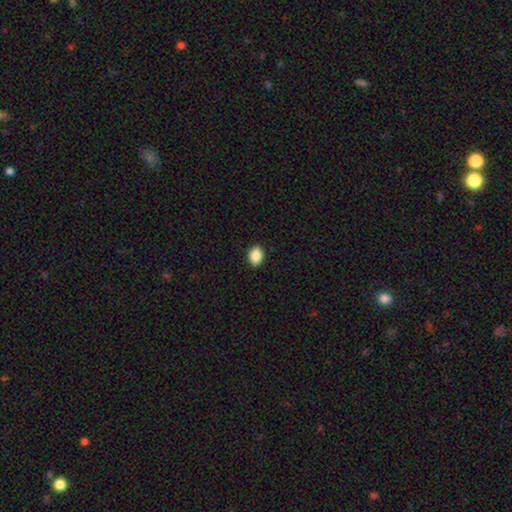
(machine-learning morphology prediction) A smooth galaxy with no disk features (87%) that is in between round and cigar-shaped (79%).

Vote fractions:
- Smooth or featured? smooth: 87% / star or artifact: 8% / featured or disk: 4%
- How rounded? in between: 79% / round: 20% / cigar-shaped: 1%
- Merging? none: 90% / minor disturbance: 7% / major disturbance: 2% / merger: 1%